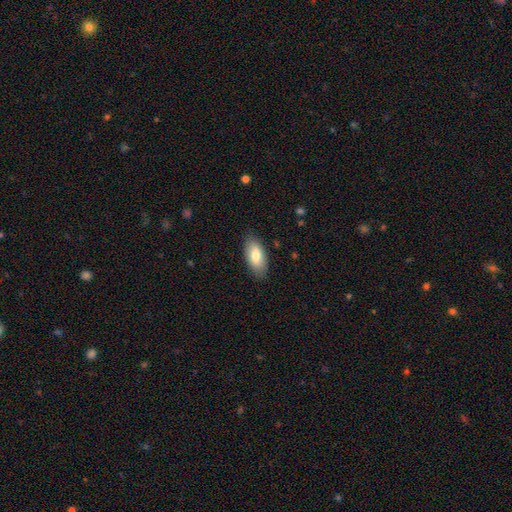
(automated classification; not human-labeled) Smooth or featured?
  - smooth: 76% *
  - featured or disk: 18%
  - star or artifact: 6%
How rounded?
  - in between: 91% *
  - cigar-shaped: 6%
  - round: 3%
Merging?
  - none: 86% *
  - minor disturbance: 11%
  - major disturbance: 2%
  - merger: 1%